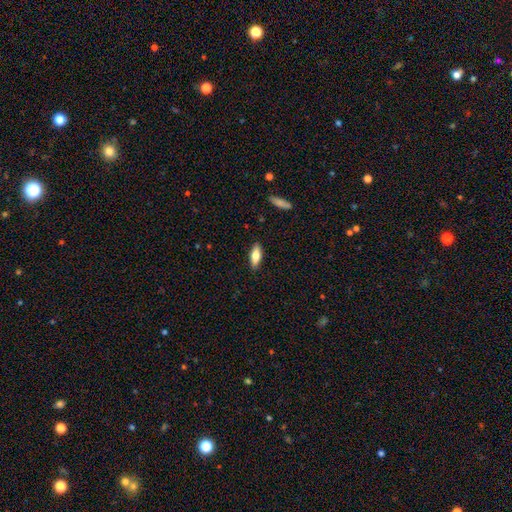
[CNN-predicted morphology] Smooth or featured? Predicted: smooth (p=0.69). How rounded? Predicted: in between (p=0.66). Merging? Predicted: none (p=0.89).